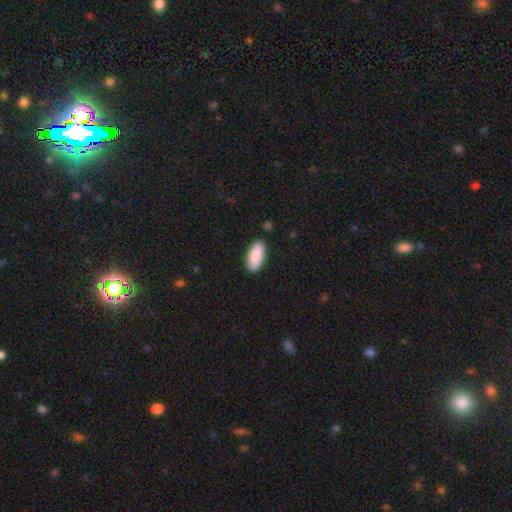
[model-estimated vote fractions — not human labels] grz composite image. It shows a smooth galaxy with no disk features (90%) that is in between round and cigar-shaped (91%). Merging: none (88%).